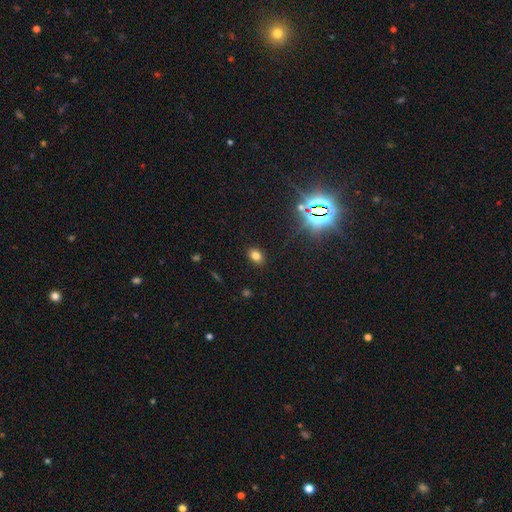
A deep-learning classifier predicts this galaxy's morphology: Overall: smooth (75%). How rounded: in between (76%). Merging: none (88%).